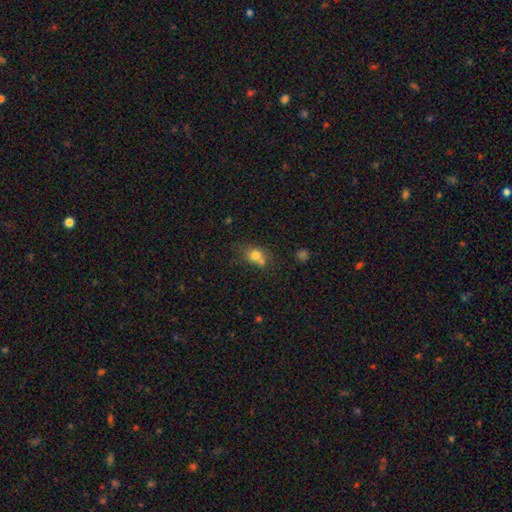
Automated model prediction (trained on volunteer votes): Morphology: type=smooth (76%); roundness=round (60%); merging=none (42%).